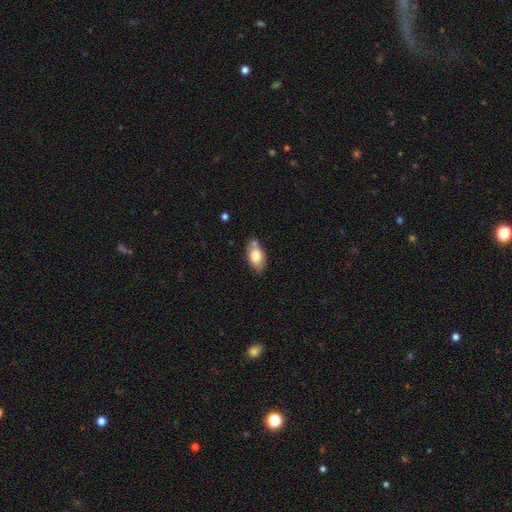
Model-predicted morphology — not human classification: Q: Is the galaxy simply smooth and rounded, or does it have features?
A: smooth — 79%.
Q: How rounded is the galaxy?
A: in between — 92%.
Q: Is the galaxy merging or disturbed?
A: none — 65%.